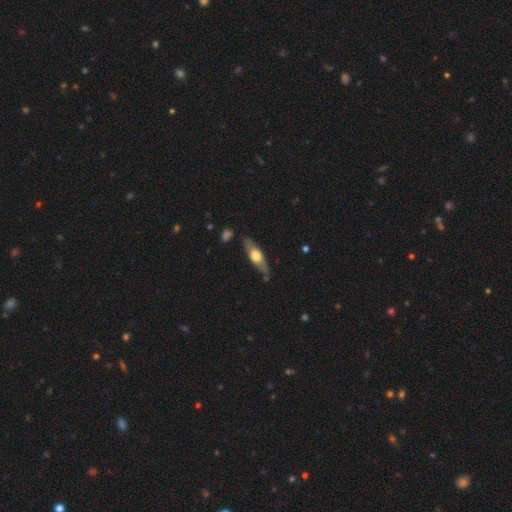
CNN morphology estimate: Smooth or featured: featured or disk — 54% (smooth — 40%)
Edge-on disk: yes — 84% (no — 16%)
Merging: none — 77% (minor disturbance — 16%)